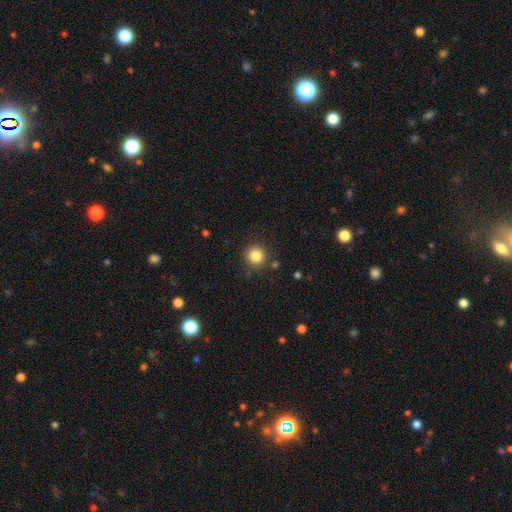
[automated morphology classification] type=smooth (84%); roundness=round (94%); merging=none (87%).